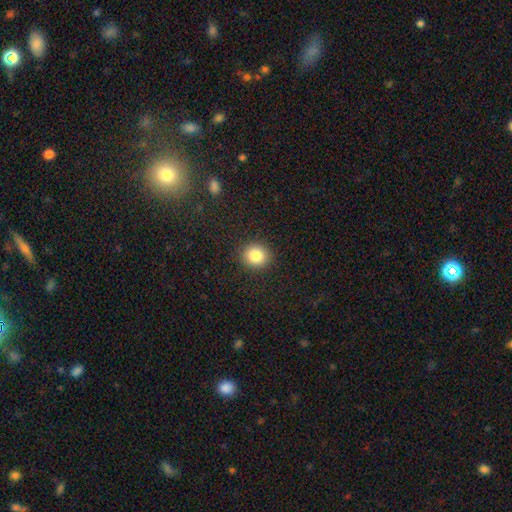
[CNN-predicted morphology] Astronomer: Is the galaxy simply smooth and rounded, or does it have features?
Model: smooth — 83%.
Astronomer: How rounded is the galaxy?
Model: round — 83%.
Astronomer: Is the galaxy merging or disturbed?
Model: none — 91%.